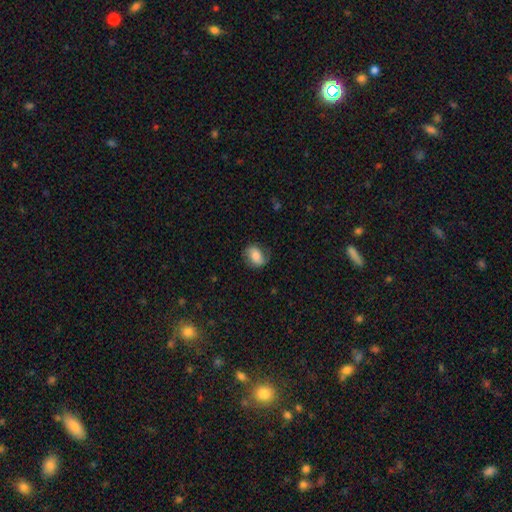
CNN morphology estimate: This appears to be a smooth galaxy with no disk features (61%) that is in between round and cigar-shaped (71%). Merging: none (70%).